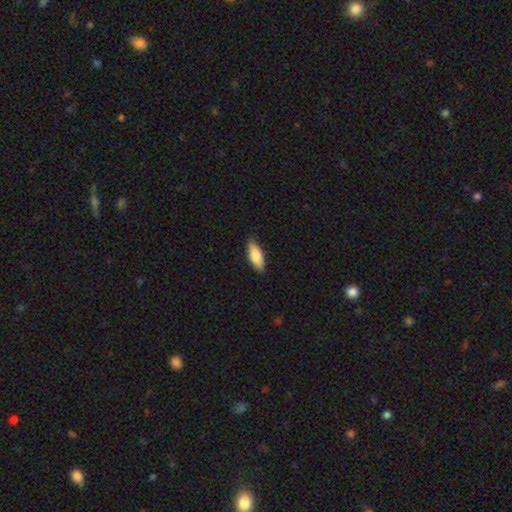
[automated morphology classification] The model was most divided on "how rounded": in between: 73%, cigar-shaped: 26%, round: 2%. More confident: merging — none (85%); smooth or featured — smooth (84%).